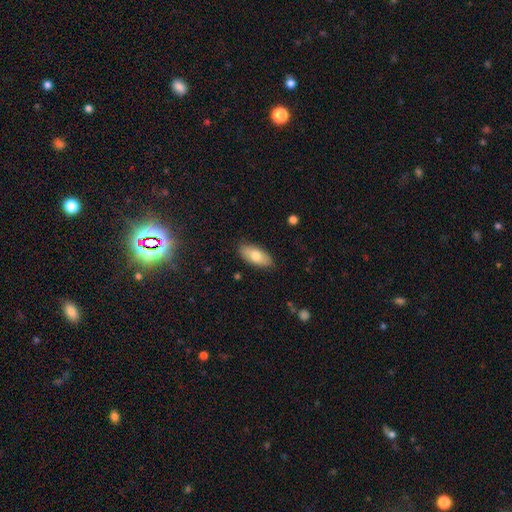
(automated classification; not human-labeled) Smooth or featured? Predicted: smooth (p=0.75). How rounded? Predicted: in between (p=0.88). Merging? Predicted: none (p=0.86).